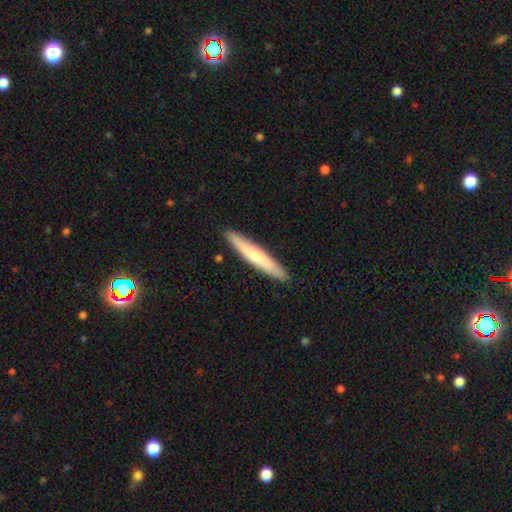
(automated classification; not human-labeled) Smooth or featured?
  - smooth: 61% *
  - featured or disk: 33%
  - star or artifact: 5%
How rounded?
  - cigar-shaped: 94% *
  - in between: 5%
  - round: 1%
Merging?
  - none: 91% *
  - minor disturbance: 7%
  - major disturbance: 1%
  - merger: 1%